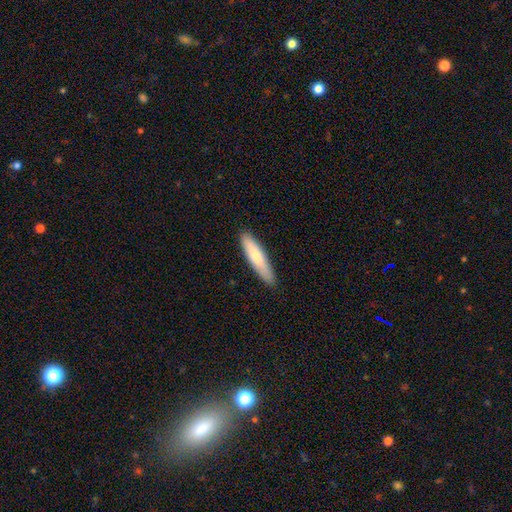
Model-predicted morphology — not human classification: This appears to be a smooth galaxy with no disk features (74%) that is cigar-shaped (78%). Merging: none (86%).